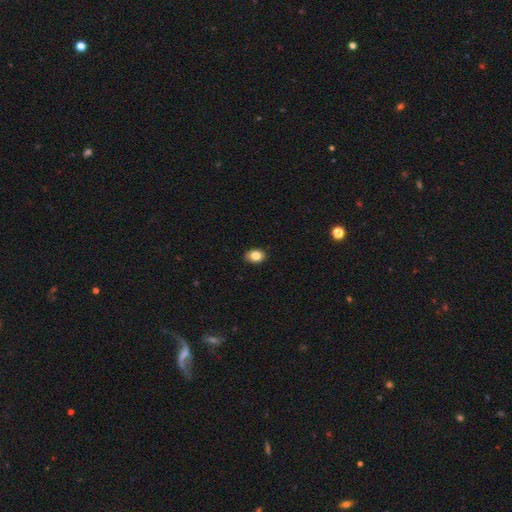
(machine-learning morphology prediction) A smooth galaxy with no disk features (83%) that is in between round and cigar-shaped (67%). Merging: none (87%).